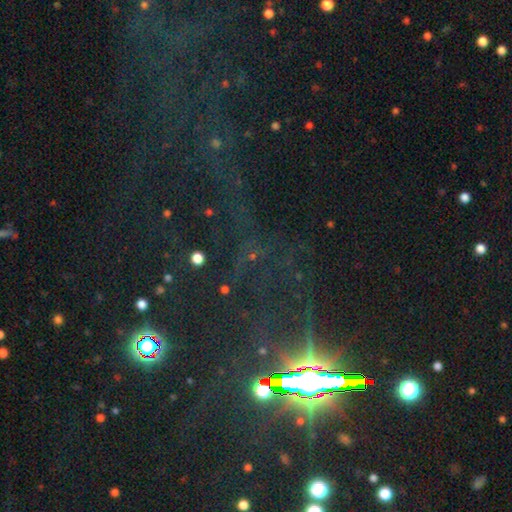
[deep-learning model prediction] Smooth or featured: star or artifact — 79% (featured or disk — 11%)